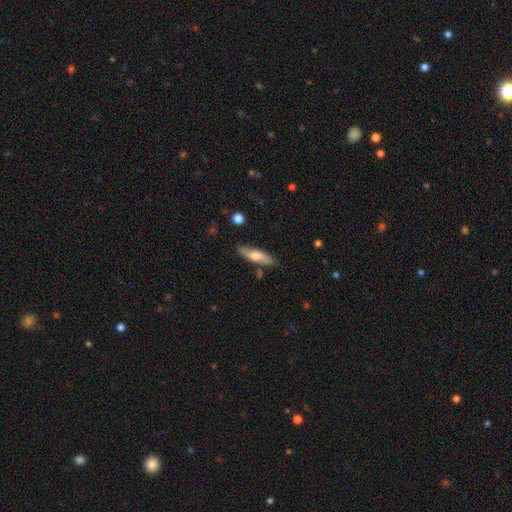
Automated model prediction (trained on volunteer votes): The model was most divided on "how rounded": cigar-shaped: 58%, in between: 39%, round: 2%. More confident: merging — none (78%); smooth or featured — smooth (62%).